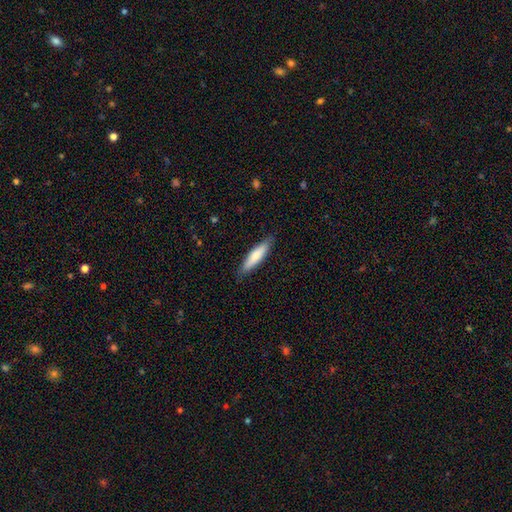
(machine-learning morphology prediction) Smooth or featured?
  - smooth: 73% *
  - featured or disk: 23%
  - star or artifact: 5%
How rounded?
  - cigar-shaped: 79% *
  - in between: 20%
  - round: 1%
Merging?
  - none: 87% *
  - minor disturbance: 10%
  - major disturbance: 2%
  - merger: 1%